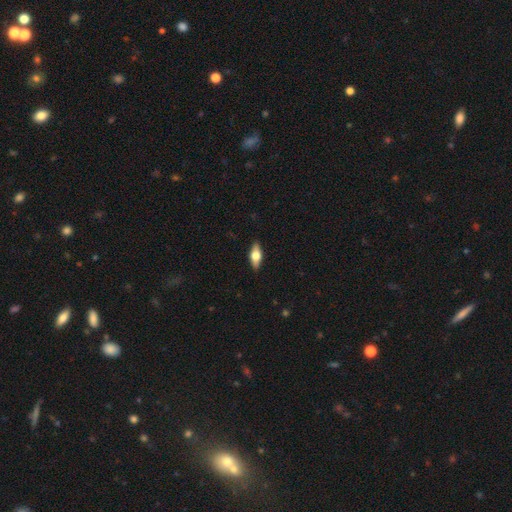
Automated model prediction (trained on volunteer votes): A smooth galaxy with no disk features (51%) that is in between round and cigar-shaped (73%).

Vote fractions:
- Smooth or featured? smooth: 51% / featured or disk: 43% / star or artifact: 6%
- How rounded? in between: 73% / cigar-shaped: 23% / round: 4%
- Merging? none: 89% / minor disturbance: 9% / major disturbance: 2% / merger: 1%